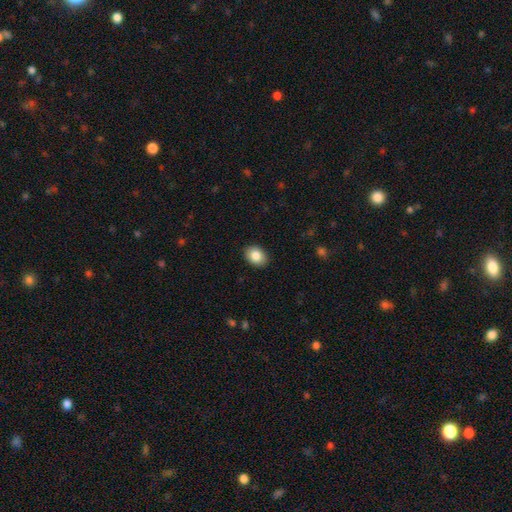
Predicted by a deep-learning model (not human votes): Smooth or featured? smooth (85%)
How rounded? in between (70%)
Merging? none (89%)